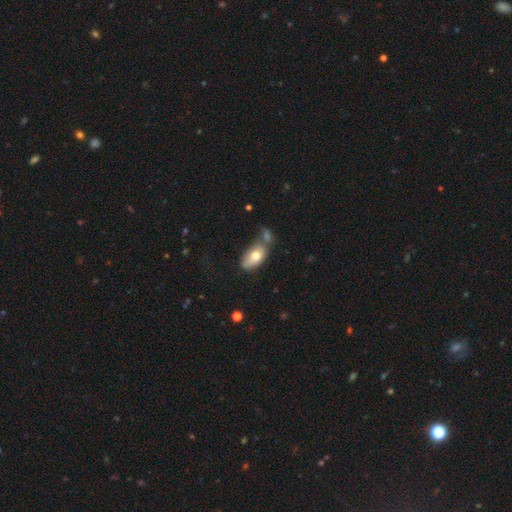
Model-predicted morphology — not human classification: Overall: smooth (72%). How rounded: in between (91%). Merging: none (43%; merger 28%).